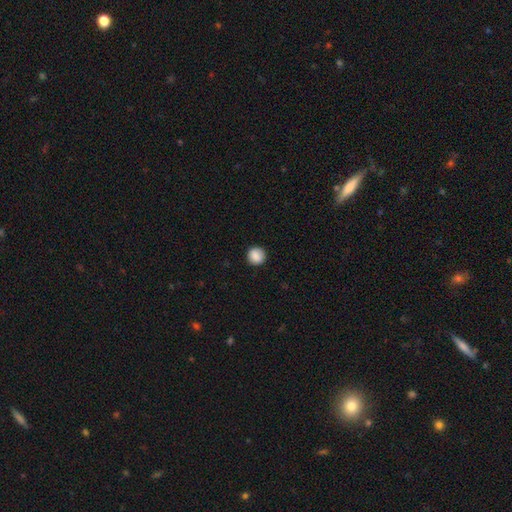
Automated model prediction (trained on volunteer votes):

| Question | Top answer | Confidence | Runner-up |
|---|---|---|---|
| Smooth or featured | smooth | 88% | star or artifact (8%) |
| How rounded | round | 93% | in between (6%) |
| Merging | none | 90% | minor disturbance (7%) |